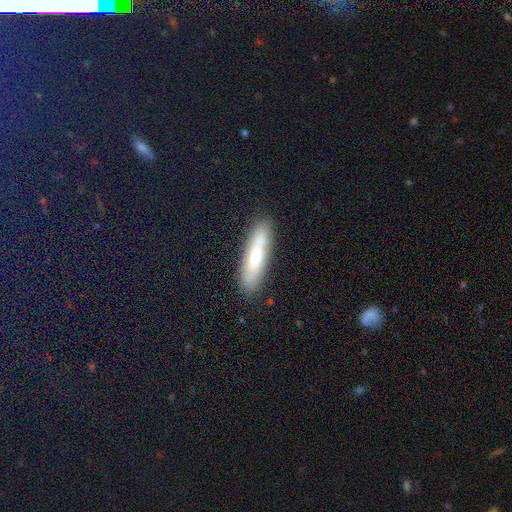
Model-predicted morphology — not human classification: This is likely a smooth galaxy (66%). How rounded: likely cigar-shaped (75%). Merging: clearly none (81%).